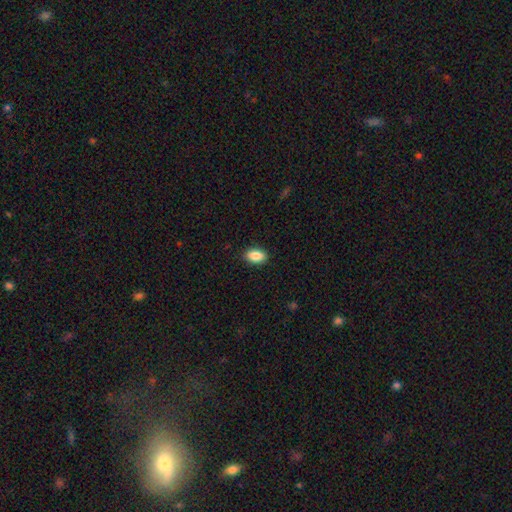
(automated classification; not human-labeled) smooth-or-featured: smooth: 87% | star or artifact: 7% | featured or disk: 6%
  how-rounded: in between: 90% | round: 8% | cigar-shaped: 2%
  merging: none: 89% | minor disturbance: 8% | major disturbance: 2% | merger: 1%